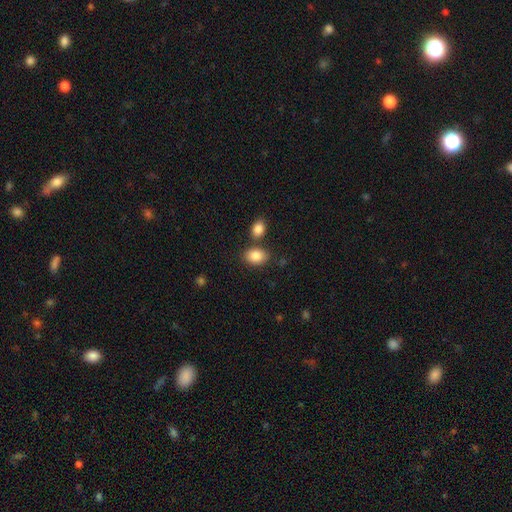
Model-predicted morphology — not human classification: smooth_or_featured: smooth (p=0.87) [alt: star or artifact p=0.08]
how_rounded: in between (p=0.75) [alt: round p=0.24]
merging: none (p=0.69) [alt: merger p=0.16]